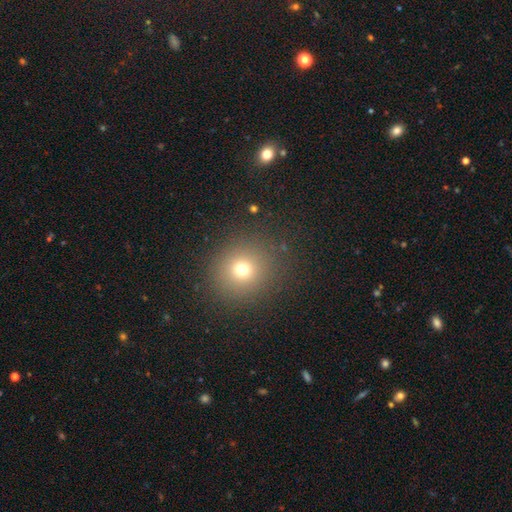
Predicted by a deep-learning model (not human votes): A smooth galaxy with no disk features (60%) that is round (88%).

Vote fractions:
- Smooth or featured? smooth: 60% / star or artifact: 33% / featured or disk: 7%
- How rounded? round: 88% / in between: 11% / cigar-shaped: 1%
- Merging? none: 91% / minor disturbance: 5% / major disturbance: 2% / merger: 1%